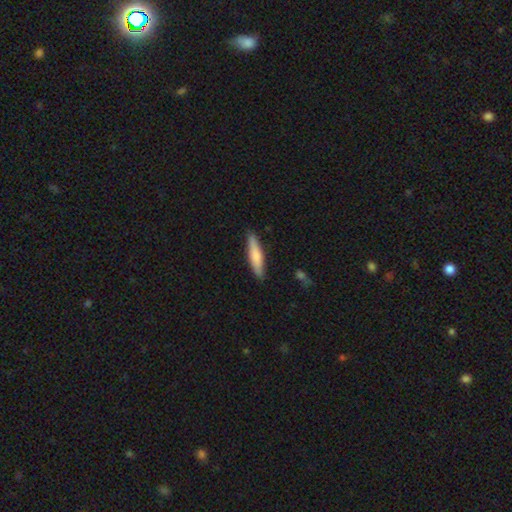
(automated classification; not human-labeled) The model was most divided on "smooth or featured": smooth: 73%, featured or disk: 22%, star or artifact: 5%. More confident: merging — none (86%); how rounded — cigar-shaped (82%).